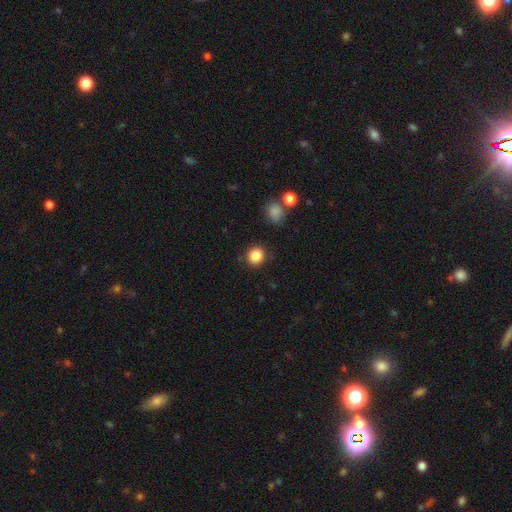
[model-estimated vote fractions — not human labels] This is clearly a smooth galaxy (87%). How rounded: clearly round (90%). Merging: clearly none (87%).